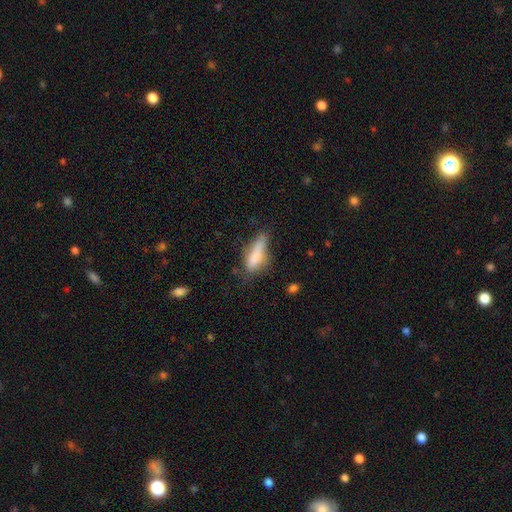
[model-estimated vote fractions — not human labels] Morphology: type=smooth (74%); roundness=cigar-shaped (51%); merging=none (43%).